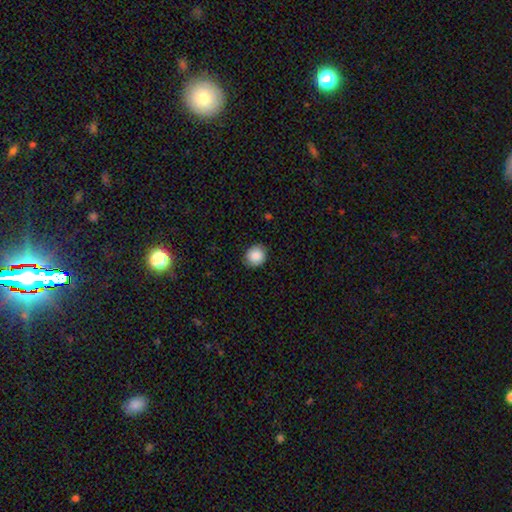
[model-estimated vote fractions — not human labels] A smooth galaxy with no disk features (89%) that is round (84%). Merging: none (88%).